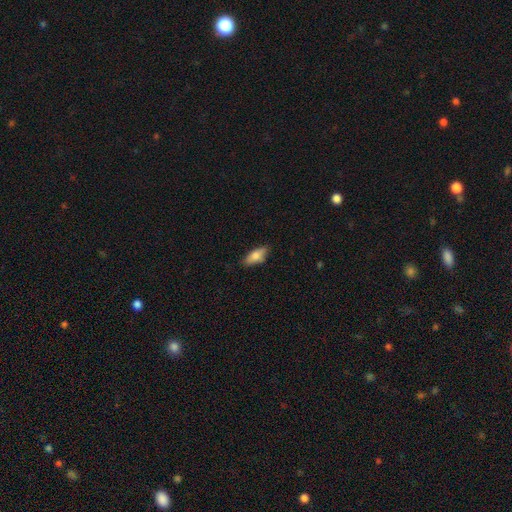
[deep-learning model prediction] smooth 79%, featured or disk 15%, star or artifact 6%. Down the decision tree: how rounded — in between (76%); merging — none (81%).